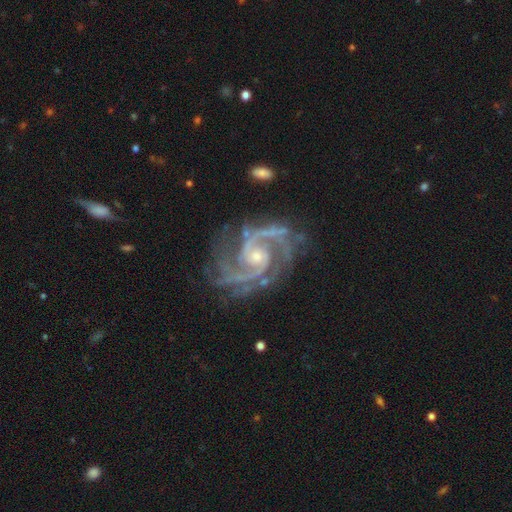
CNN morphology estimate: Smooth or featured?
  - featured or disk: 94% *
  - star or artifact: 4%
  - smooth: 2%
Edge-on disk?
  - no: 98% *
  - yes: 2%
Bar?
  - no: 63% *
  - weak: 28%
  - strong: 8%
Spiral arms?
  - yes: 99% *
  - no: 1%
Spiral winding?
  - medium: 52% *
  - tight: 41%
  - loose: 7%
Spiral arm count?
  - 2: 66% *
  - 3: 15%
  - can't tell: 6%
  - 4: 5%
  - more than 4: 4%
  - 1: 4%
Bulge size?
  - small: 63% *
  - moderate: 32%
  - none: 2%
  - large: 1%
  - dominant: 1%
Merging?
  - none: 70% *
  - minor disturbance: 19%
  - major disturbance: 10%
  - merger: 2%